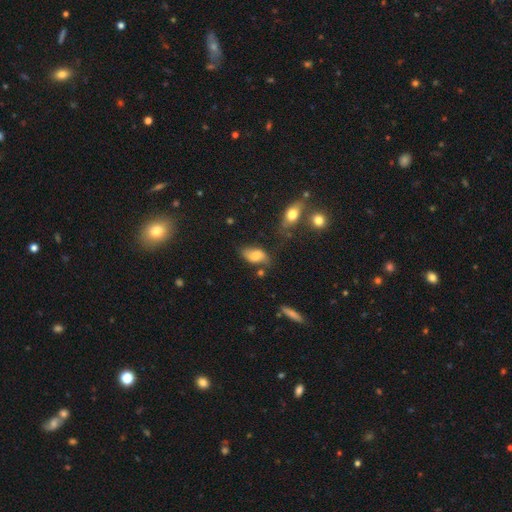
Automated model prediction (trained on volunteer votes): smooth 65%, featured or disk 26%, star or artifact 9%. Down the decision tree: how rounded — in between (90%); merging — none (59%).